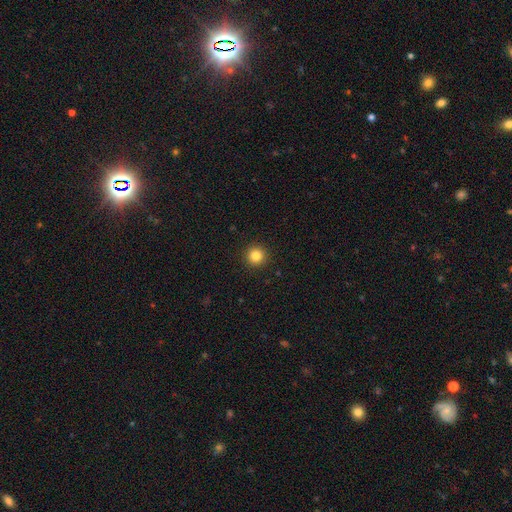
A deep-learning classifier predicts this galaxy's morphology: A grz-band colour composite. It shows a smooth galaxy with no disk features (84%) that is round (95%). Merging: none (93%).